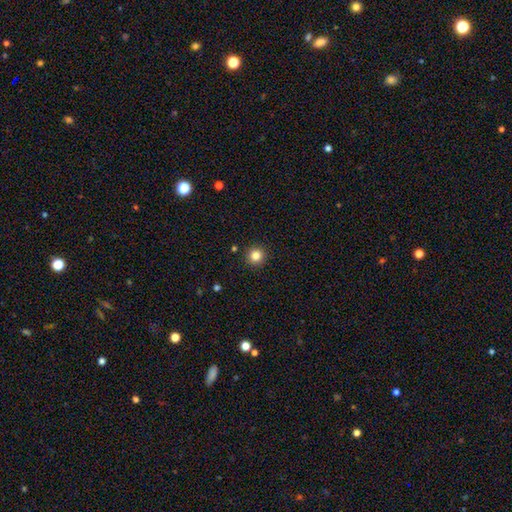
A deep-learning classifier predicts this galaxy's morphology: The model was most divided on "smooth or featured": smooth: 84%, star or artifact: 12%, featured or disk: 5%. More confident: how rounded — round (96%); merging — none (93%).